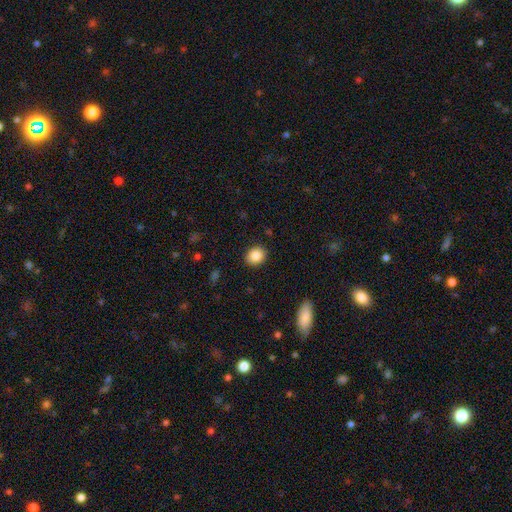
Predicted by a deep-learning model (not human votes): Smooth or featured? smooth (86%)
How rounded? round (64%)
Merging? none (90%)